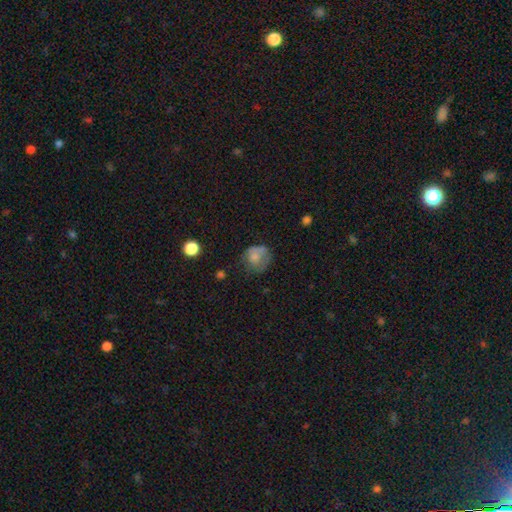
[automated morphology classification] This appears to be a smooth galaxy with no disk features (66%) that is round (75%). Merging: none (43%).